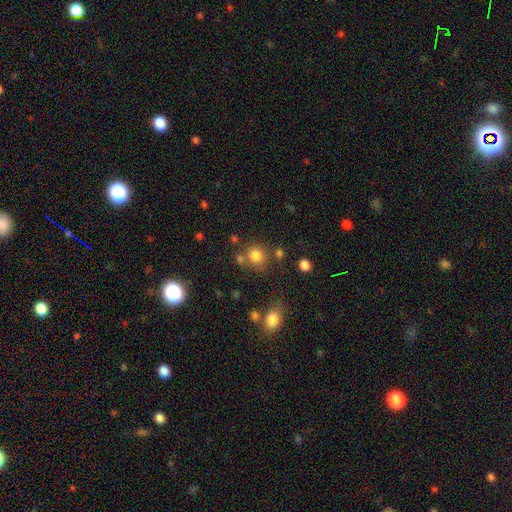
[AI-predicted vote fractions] Smooth or featured?
  - smooth: 79% *
  - star or artifact: 14%
  - featured or disk: 7%
How rounded?
  - round: 82% *
  - in between: 17%
  - cigar-shaped: 1%
Merging?
  - none: 68% *
  - merger: 15%
  - minor disturbance: 12%
  - major disturbance: 5%